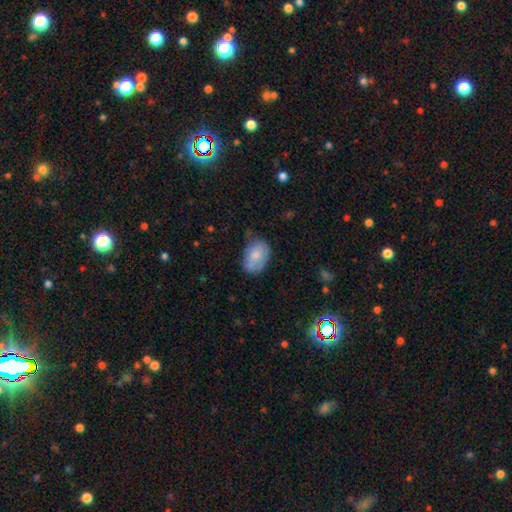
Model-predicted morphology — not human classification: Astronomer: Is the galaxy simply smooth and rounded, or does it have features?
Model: smooth — 73%.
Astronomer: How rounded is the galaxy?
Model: in between — 82%.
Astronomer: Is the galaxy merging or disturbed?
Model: none — 59%.